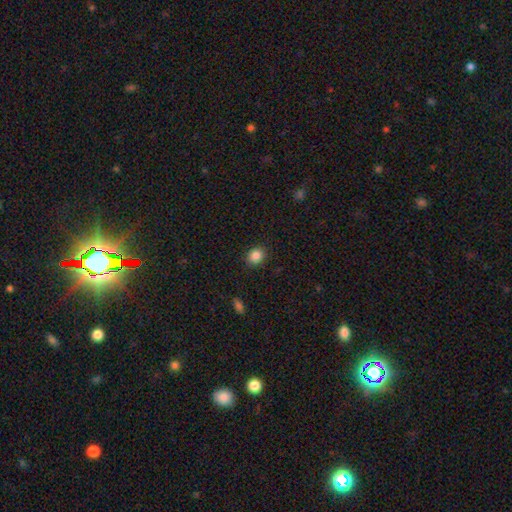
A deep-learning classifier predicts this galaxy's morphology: Overall: smooth (86%). How rounded: round (67%; in between 32%). Merging: none (90%).